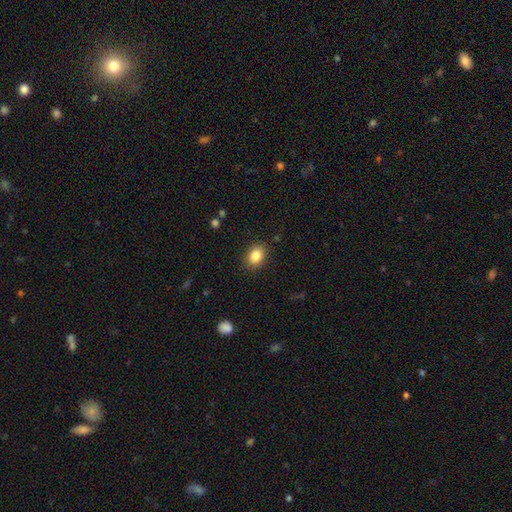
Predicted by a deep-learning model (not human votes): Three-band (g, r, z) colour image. It shows a smooth galaxy with no disk features (85%) that is in between round and cigar-shaped (68%). Merging: none (87%).